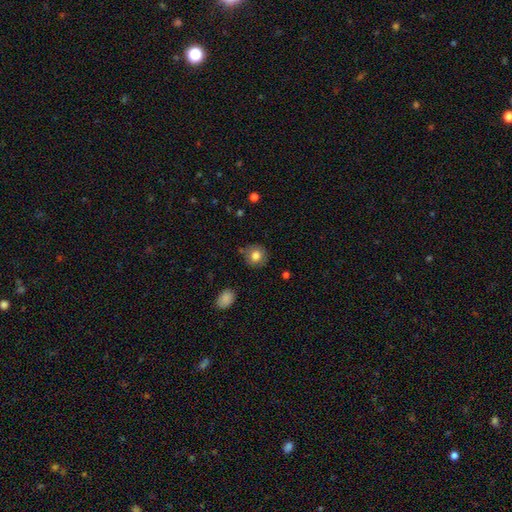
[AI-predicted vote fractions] The model was most divided on "merging": none: 80%, minor disturbance: 14%, major disturbance: 3%, merger: 2%. More confident: how rounded — round (86%); smooth or featured — smooth (80%).